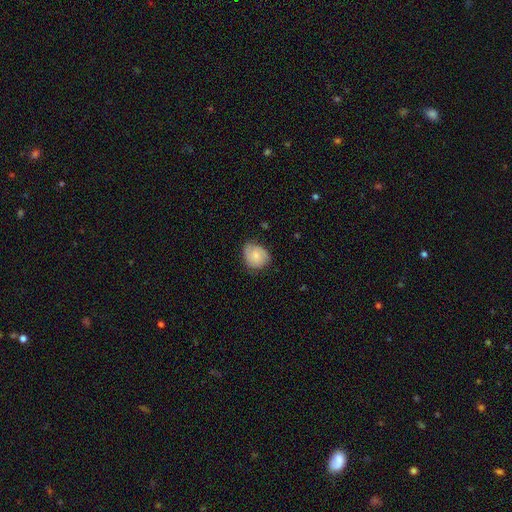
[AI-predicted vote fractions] Smooth or featured? Predicted: smooth (p=0.64). How rounded? Predicted: round (p=0.67). Merging? Predicted: none (p=0.62).